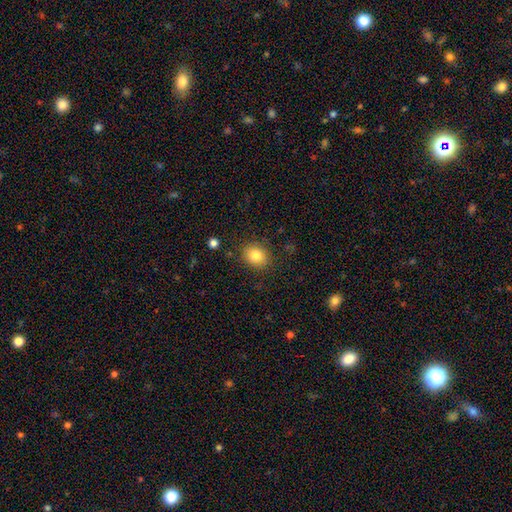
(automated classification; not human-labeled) Morphology: type=smooth (83%); roundness=round (70%); merging=none (86%).